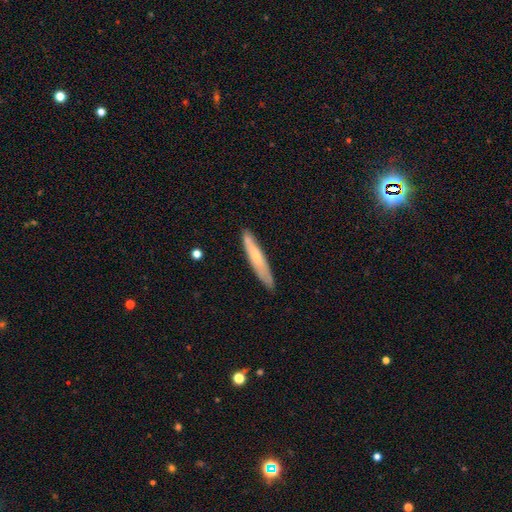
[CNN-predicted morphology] Smooth or featured? smooth (57%)
How rounded? cigar-shaped (91%)
Merging? none (82%)